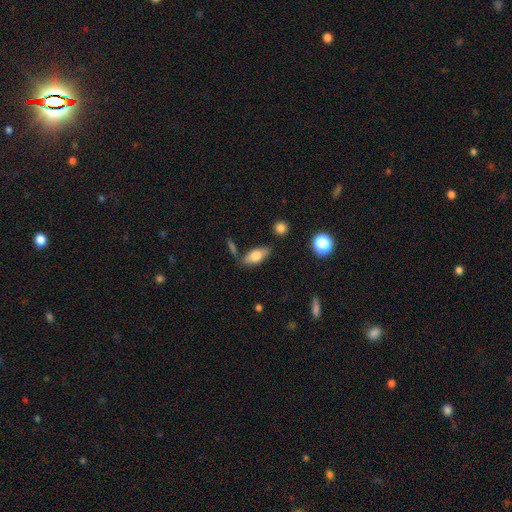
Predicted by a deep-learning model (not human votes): Overall: smooth (70%). How rounded: in between (82%). Merging: none (74%).